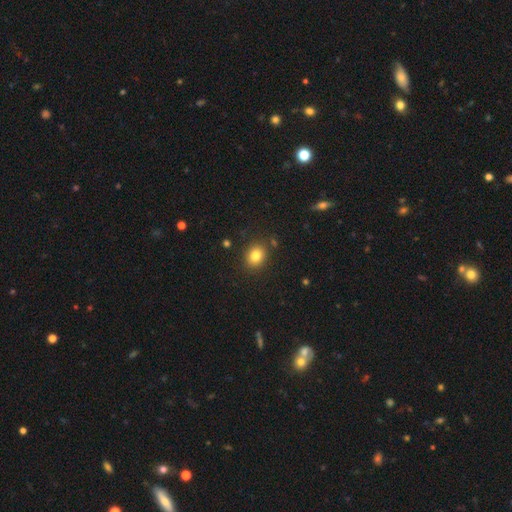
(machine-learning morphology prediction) Overall: smooth (82%). How rounded: round (58%; in between 41%). Merging: none (86%).